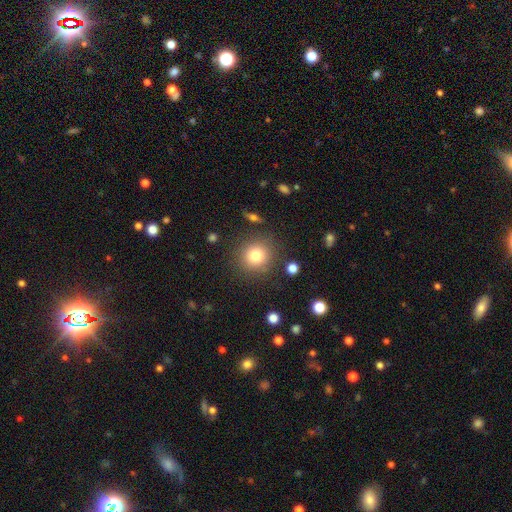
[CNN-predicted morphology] smooth_or_featured: smooth (p=0.79) [alt: star or artifact p=0.12]
how_rounded: round (p=0.90) [alt: in between p=0.09]
merging: none (p=0.86) [alt: minor disturbance p=0.08]